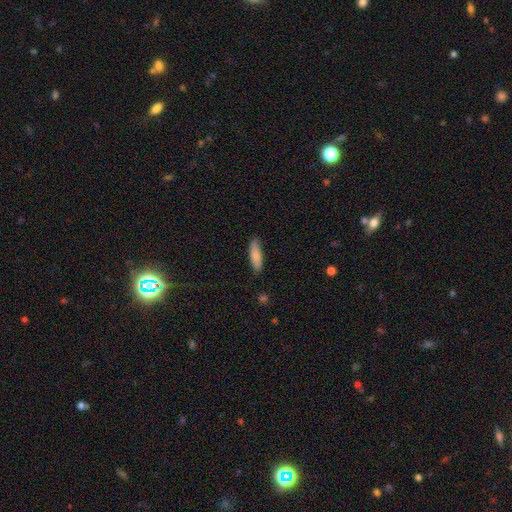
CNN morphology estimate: This appears to be a smooth galaxy with no disk features (80%) that is cigar-shaped (58%). Merging: none (83%).